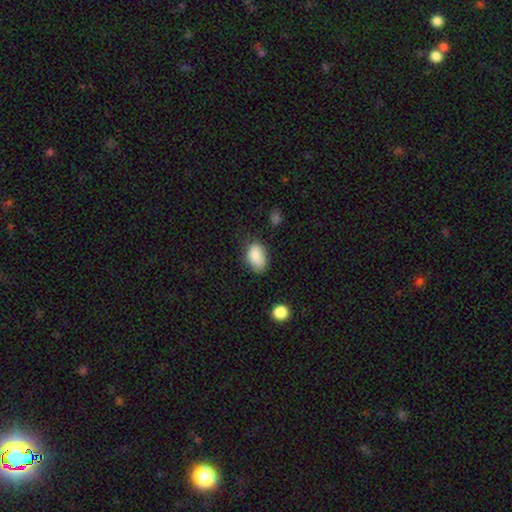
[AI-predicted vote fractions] This is clearly a smooth galaxy (86%). How rounded: clearly in between (89%). Merging: likely none (62%).